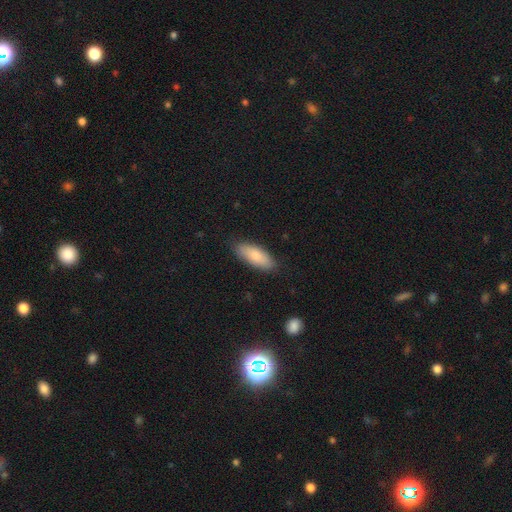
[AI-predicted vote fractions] Smooth or featured? smooth (81%)
How rounded? in between (75%)
Merging? none (84%)